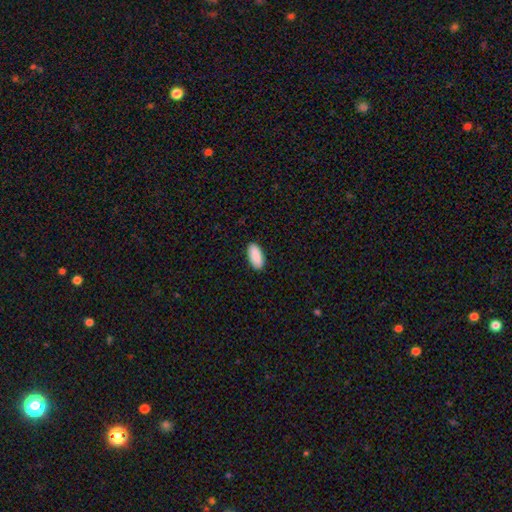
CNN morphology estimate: A smooth galaxy with no disk features (91%) that is in between round and cigar-shaped (91%). Merging: none (90%).